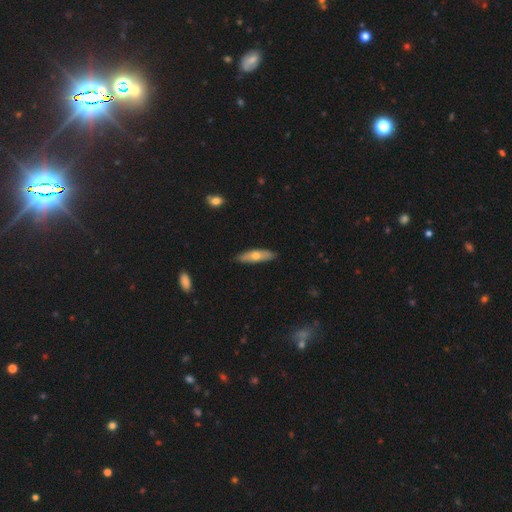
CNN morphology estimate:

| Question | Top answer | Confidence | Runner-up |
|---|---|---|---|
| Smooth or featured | smooth | 59% | featured or disk (35%) |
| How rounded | cigar-shaped | 62% | in between (35%) |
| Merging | none | 87% | minor disturbance (10%) |